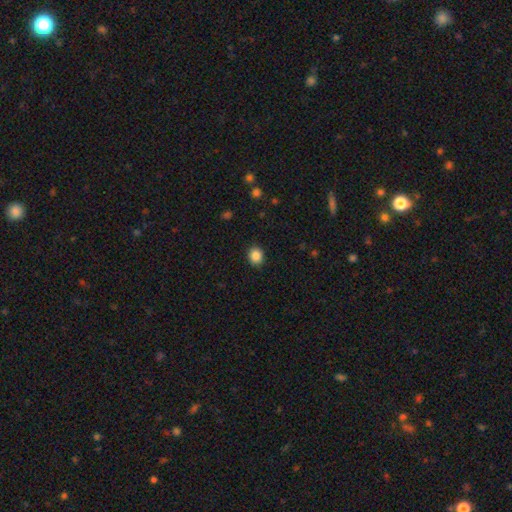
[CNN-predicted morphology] This appears to be a smooth galaxy with no disk features (87%) that is round (75%). Merging: none (90%).